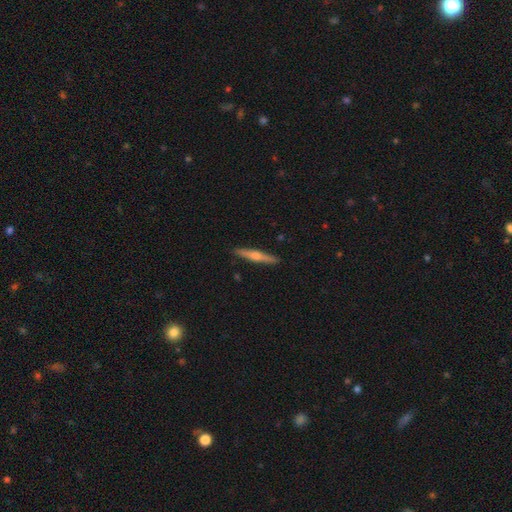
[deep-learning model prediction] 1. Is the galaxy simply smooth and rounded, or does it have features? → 56% featured or disk, 38% smooth, 6% star or artifact.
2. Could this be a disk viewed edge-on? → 97% yes, 3% no.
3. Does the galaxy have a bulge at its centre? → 84% rounded, 9% none, 7% boxy.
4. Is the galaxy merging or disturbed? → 91% none, 7% minor disturbance, 1% major disturbance, 1% merger.